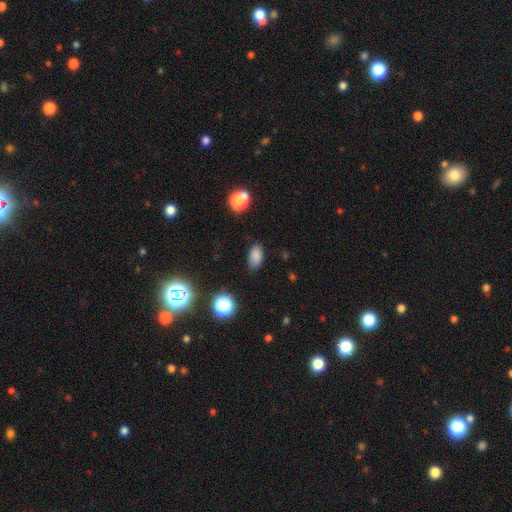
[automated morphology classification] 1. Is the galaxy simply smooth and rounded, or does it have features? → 81% smooth, 13% star or artifact, 6% featured or disk.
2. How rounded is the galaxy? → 91% in between, 7% round, 2% cigar-shaped.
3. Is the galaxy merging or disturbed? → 83% none, 12% minor disturbance, 3% major disturbance, 2% merger.